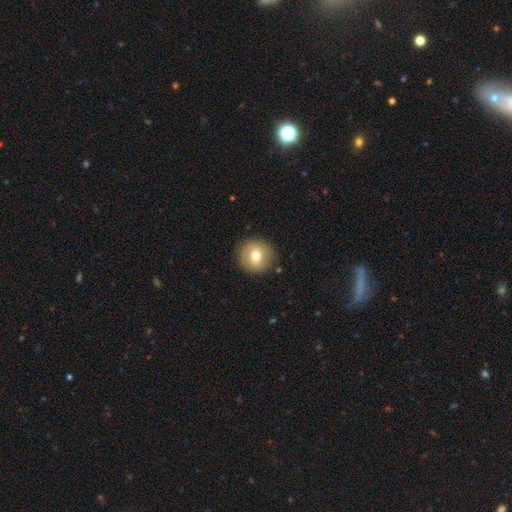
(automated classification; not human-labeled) Smooth or featured? smooth (75%)
How rounded? round (92%)
Merging? none (89%)